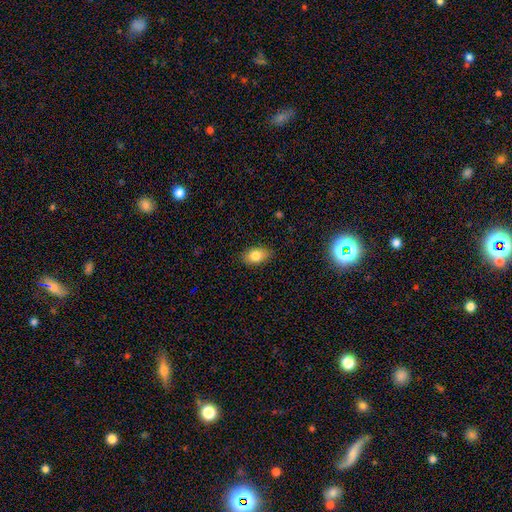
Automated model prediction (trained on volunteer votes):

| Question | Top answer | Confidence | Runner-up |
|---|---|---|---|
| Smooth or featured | smooth | 82% | featured or disk (10%) |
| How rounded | in between | 85% | round (13%) |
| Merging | none | 83% | minor disturbance (13%) |